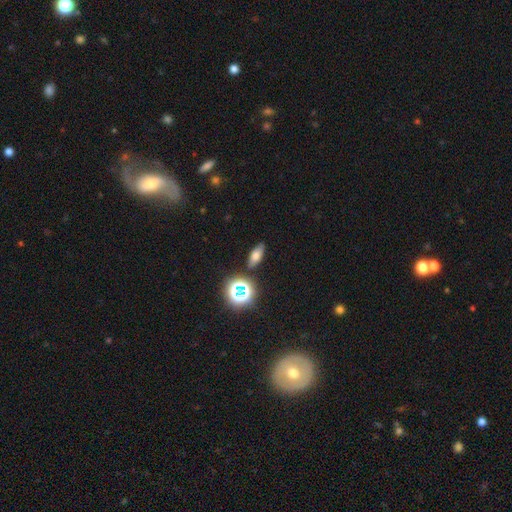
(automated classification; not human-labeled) Smooth or featured?
  - smooth: 63% *
  - star or artifact: 20%
  - featured or disk: 17%
How rounded?
  - in between: 76% *
  - cigar-shaped: 15%
  - round: 9%
Merging?
  - none: 85% *
  - minor disturbance: 9%
  - merger: 3%
  - major disturbance: 3%